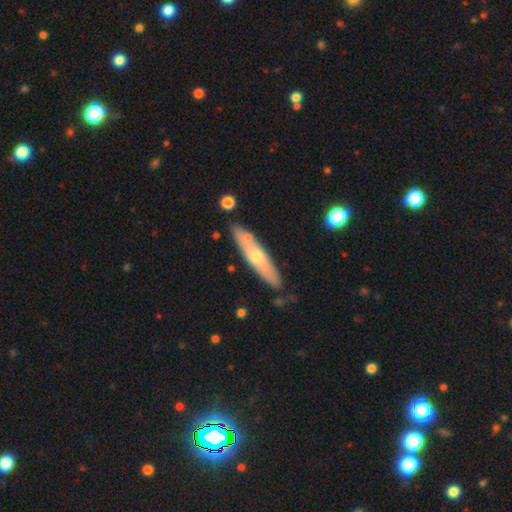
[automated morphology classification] type=featured or disk (57%); edge-on=yes (67%); merging=none (80%).